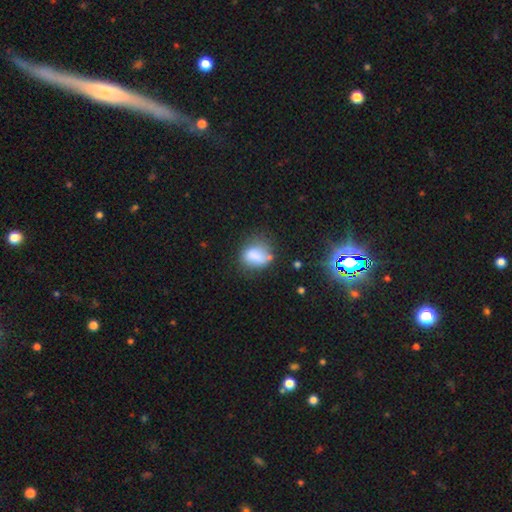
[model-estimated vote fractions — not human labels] Smooth or featured? smooth (77%)
How rounded? in between (59%)
Merging? none (51%)